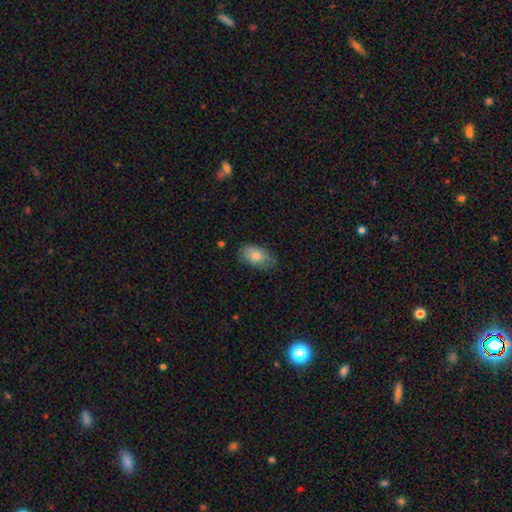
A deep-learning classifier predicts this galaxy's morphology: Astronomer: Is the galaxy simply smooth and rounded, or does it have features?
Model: smooth — 77%.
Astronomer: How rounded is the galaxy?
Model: in between — 92%.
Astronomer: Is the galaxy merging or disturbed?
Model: none — 77%.